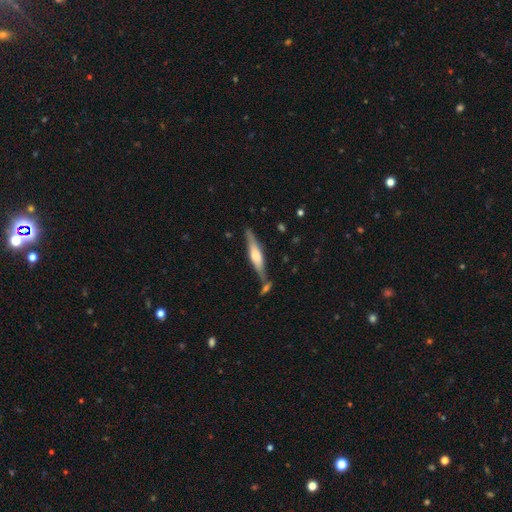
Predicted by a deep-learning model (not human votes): smooth-or-featured: featured or disk: 64% | smooth: 31% | star or artifact: 6%
  disk-edge-on: yes: 95% | no: 5%
    edge-on-bulge: rounded: 73% | boxy: 21% | none: 6%
  merging: none: 72% | minor disturbance: 14% | merger: 11% | major disturbance: 4%